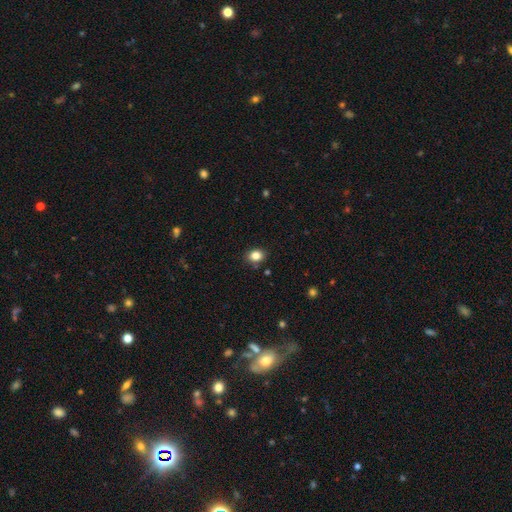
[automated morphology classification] type=smooth (84%); roundness=in between (50%); merging=none (84%).